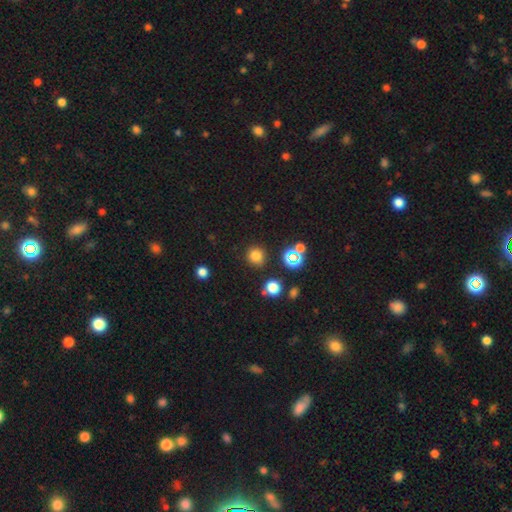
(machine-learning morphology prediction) The model was most divided on "smooth or featured": smooth: 74%, star or artifact: 21%, featured or disk: 6%. More confident: how rounded — round (89%); merging — none (85%).